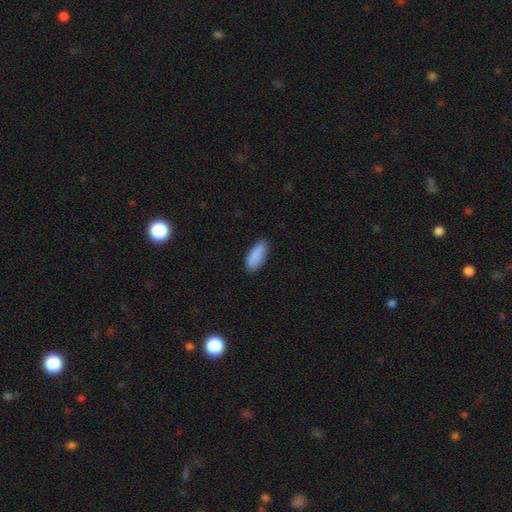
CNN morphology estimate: smooth 90%, star or artifact 6%, featured or disk 4%. Down the decision tree: how rounded — in between (84%); merging — none (85%).